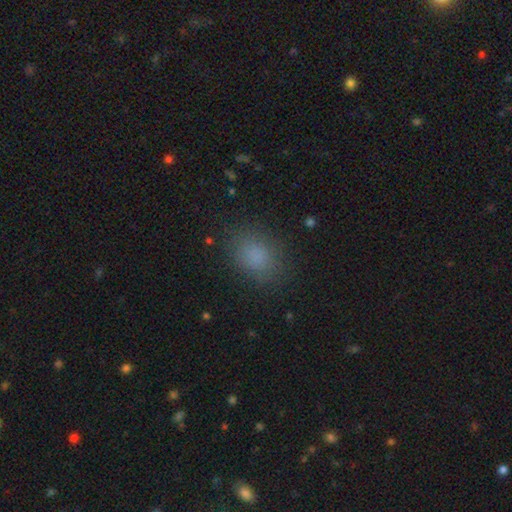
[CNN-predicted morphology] Smooth or featured?
  - smooth: 82% *
  - star or artifact: 12%
  - featured or disk: 5%
How rounded?
  - in between: 62% *
  - round: 37%
  - cigar-shaped: 1%
Merging?
  - none: 82% *
  - minor disturbance: 12%
  - major disturbance: 4%
  - merger: 1%